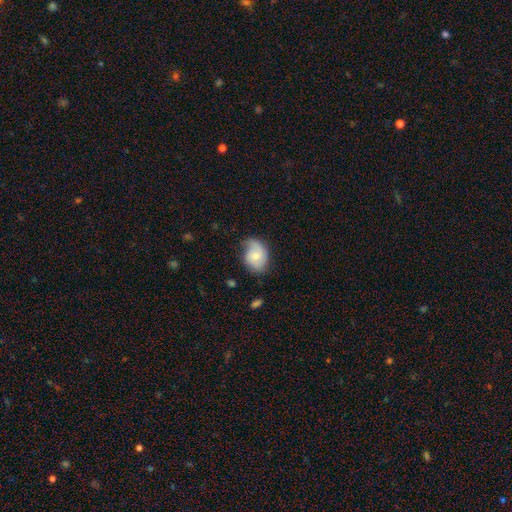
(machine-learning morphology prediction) type=smooth (57%); roundness=in between (64%); merging=none (53%).